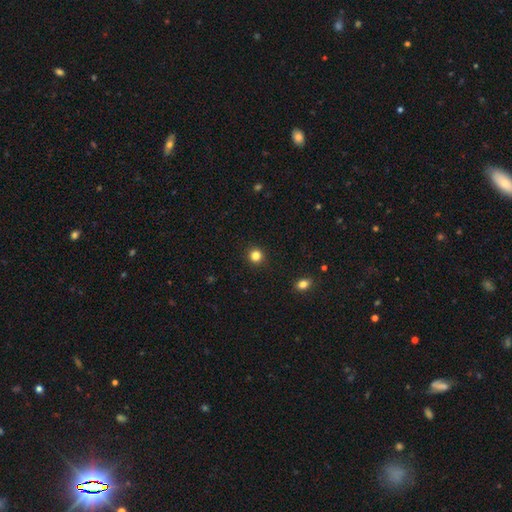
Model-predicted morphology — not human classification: smooth_or_featured: smooth (p=0.82) [alt: star or artifact p=0.13]
how_rounded: round (p=0.92) [alt: in between p=0.07]
merging: none (p=0.92) [alt: minor disturbance p=0.05]